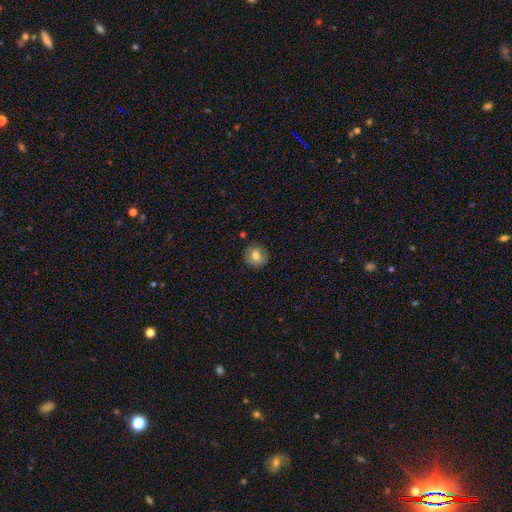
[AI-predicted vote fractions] Overall: smooth (73%). How rounded: round (87%). Merging: none (86%).